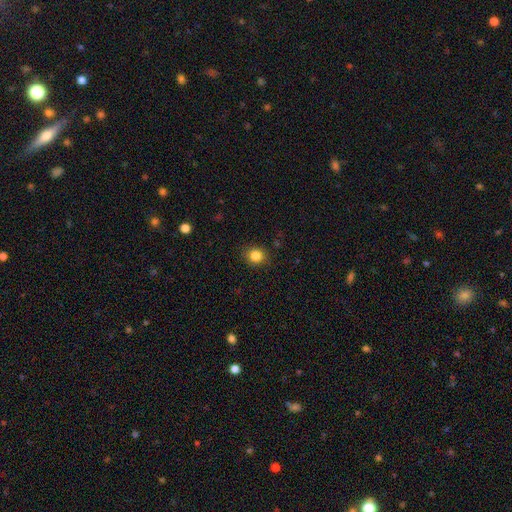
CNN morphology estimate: Overall: smooth (84%). How rounded: round (80%). Merging: none (88%).